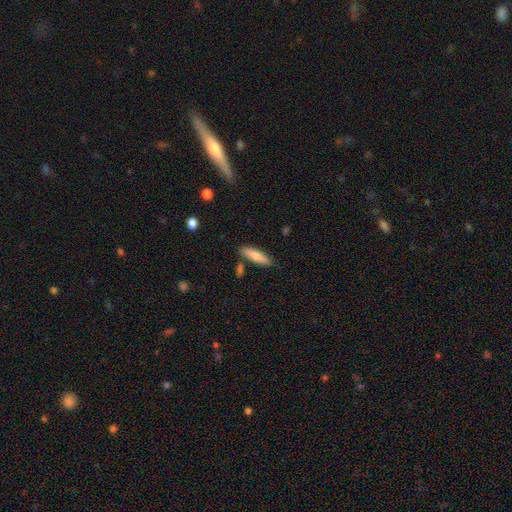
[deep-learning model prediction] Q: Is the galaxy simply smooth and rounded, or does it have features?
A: smooth — 73%.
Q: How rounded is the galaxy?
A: cigar-shaped — 66%.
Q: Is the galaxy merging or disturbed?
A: none — 79%.